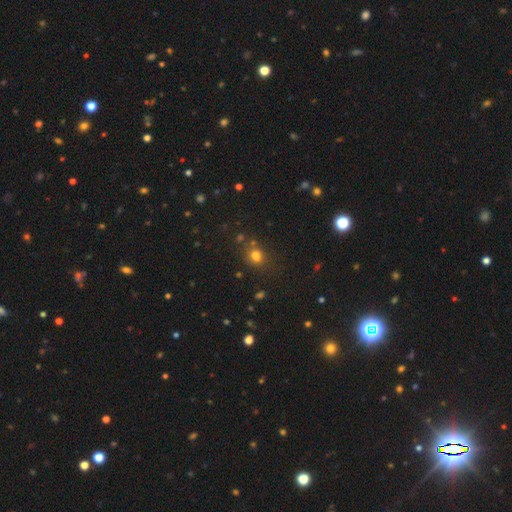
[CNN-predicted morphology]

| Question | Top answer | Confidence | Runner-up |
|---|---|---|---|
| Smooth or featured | smooth | 74% | star or artifact (18%) |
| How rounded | round | 60% | in between (38%) |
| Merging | none | 70% | minor disturbance (14%) |